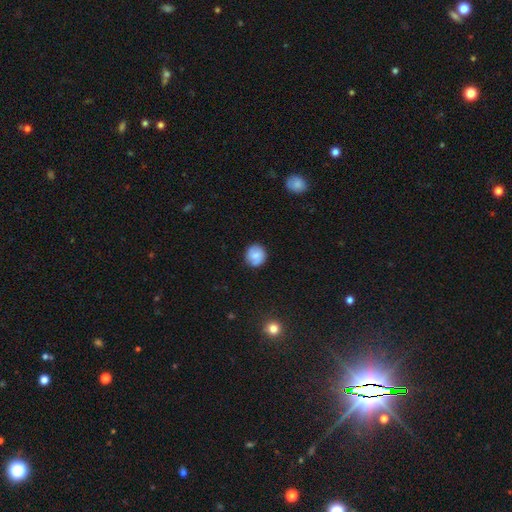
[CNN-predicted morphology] Smooth or featured? Predicted: smooth (p=0.67). How rounded? Predicted: round (p=0.85). Merging? Predicted: none (p=0.82).